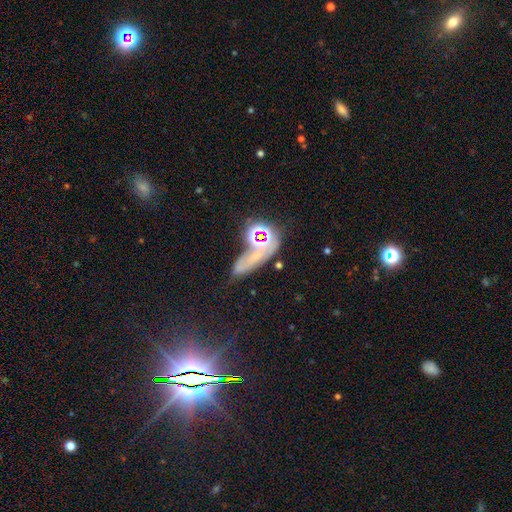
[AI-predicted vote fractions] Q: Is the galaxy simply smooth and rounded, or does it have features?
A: star or artifact — 44%.